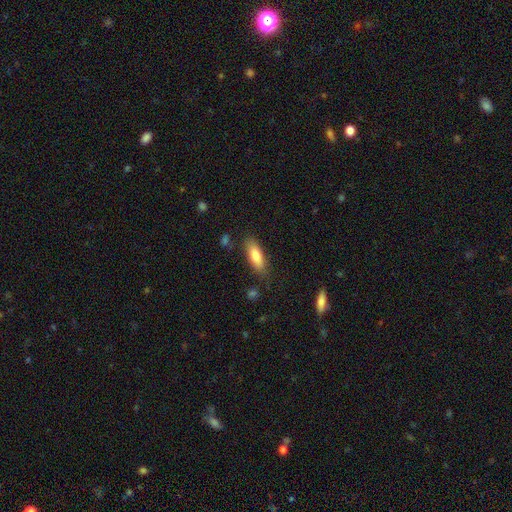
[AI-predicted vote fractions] This is likely a smooth galaxy (79%). How rounded: likely in between (65%). Merging: clearly none (80%).